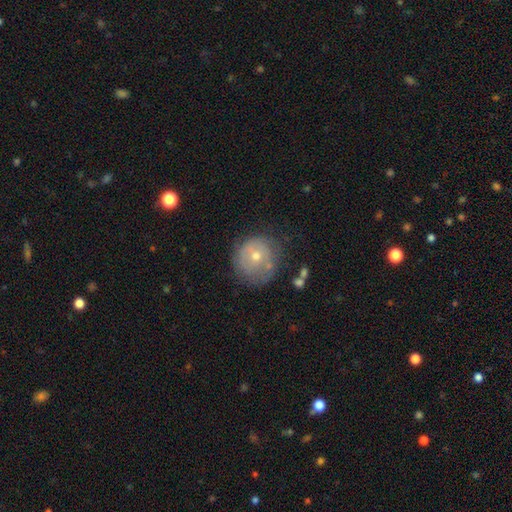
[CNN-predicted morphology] type=smooth (49%); merging=none (62%).